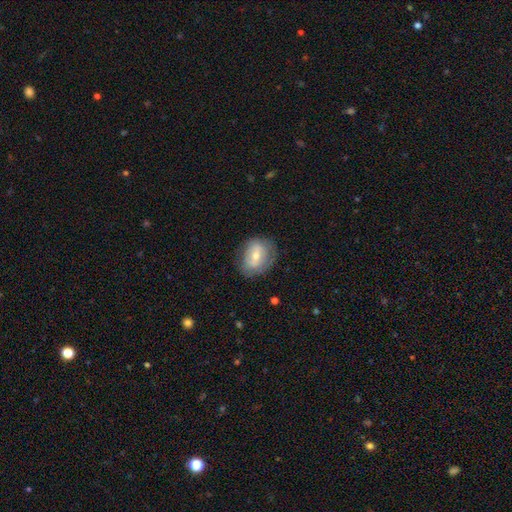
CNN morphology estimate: Smooth or featured: smooth — 51% (featured or disk — 41%)
How rounded: in between — 59% (round — 39%)
Merging: none — 73% (minor disturbance — 19%)